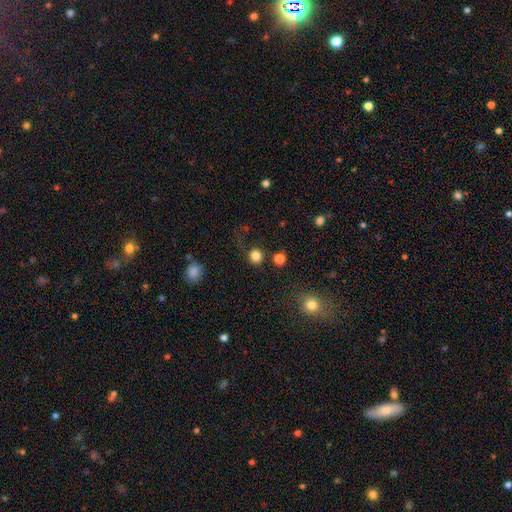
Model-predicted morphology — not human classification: Overall: smooth (83%). How rounded: round (89%). Merging: none (78%).